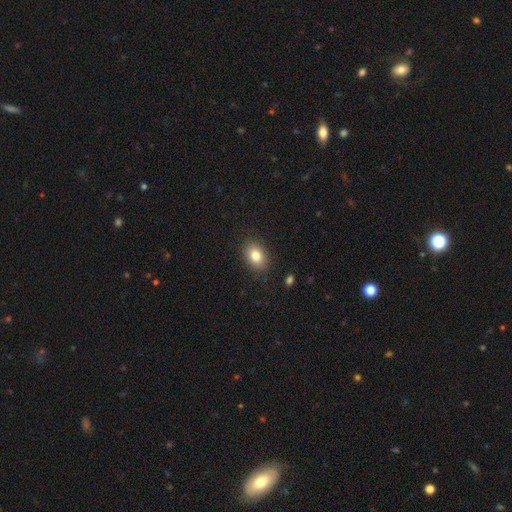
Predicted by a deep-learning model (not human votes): Smooth or featured? Predicted: smooth (p=0.82). How rounded? Predicted: in between (p=0.72). Merging? Predicted: none (p=0.87).